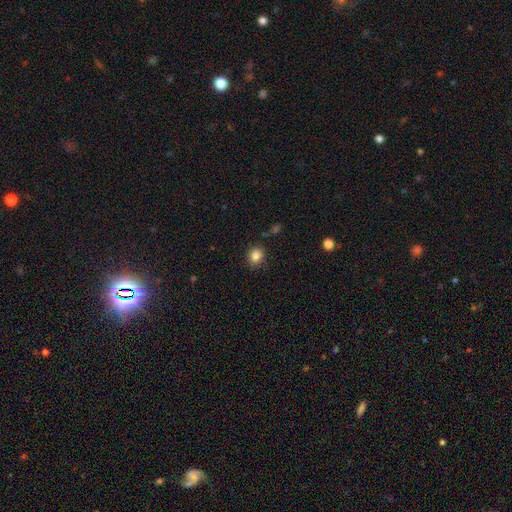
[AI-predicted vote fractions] smooth 85%, star or artifact 11%, featured or disk 5%. Down the decision tree: how rounded — round (73%); merging — none (86%).